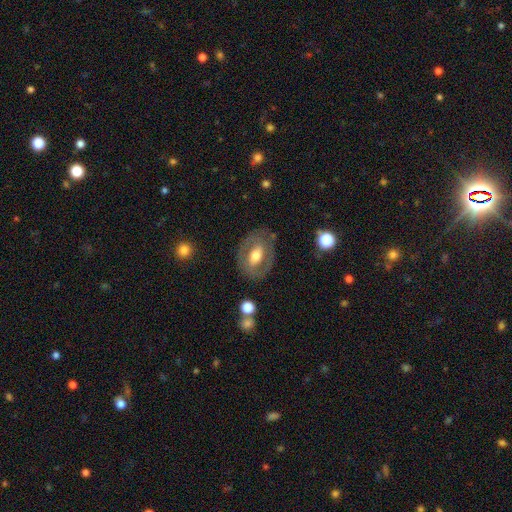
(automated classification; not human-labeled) Smooth or featured? featured or disk (57%)
Edge-on disk? no (92%)
Bar? no (42%)
Spiral arms? no (70%)
Bulge size? moderate (66%)
Merging? none (75%)